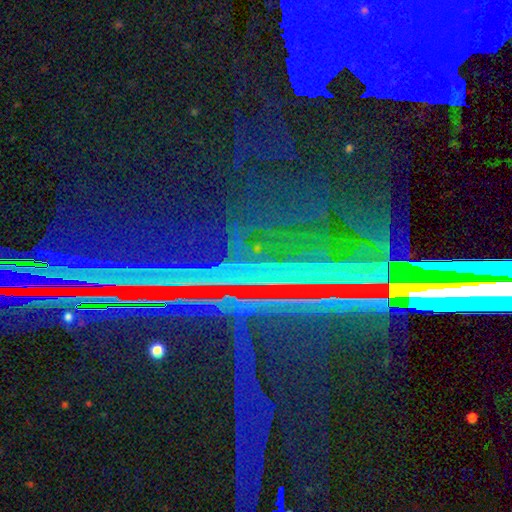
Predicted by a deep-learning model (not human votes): A star or artifact, not a galaxy (76%).